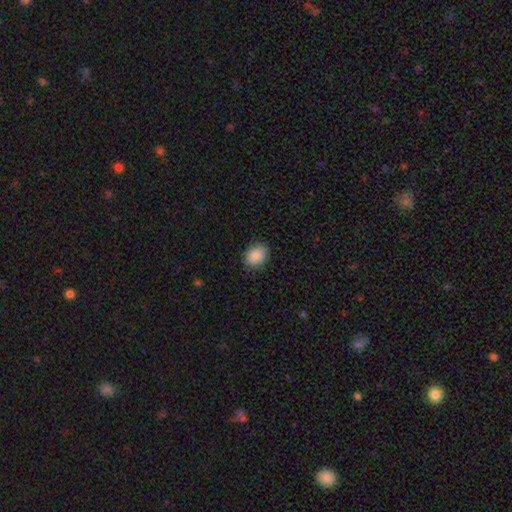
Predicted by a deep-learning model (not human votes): Q: Smooth or featured?
A: smooth (88%); runner-up: star or artifact (8%)
Q: How rounded?
A: in between (61%); runner-up: round (38%)
Q: Merging?
A: none (85%); runner-up: minor disturbance (11%)